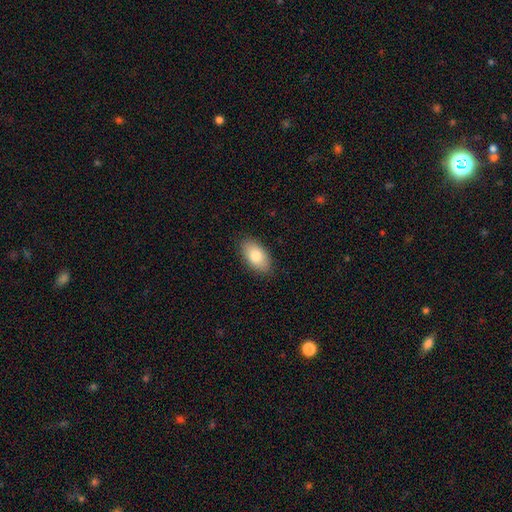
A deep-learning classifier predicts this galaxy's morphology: Smooth or featured: smooth — 82% (featured or disk — 12%)
How rounded: in between — 94% (round — 4%)
Merging: none — 87% (minor disturbance — 10%)